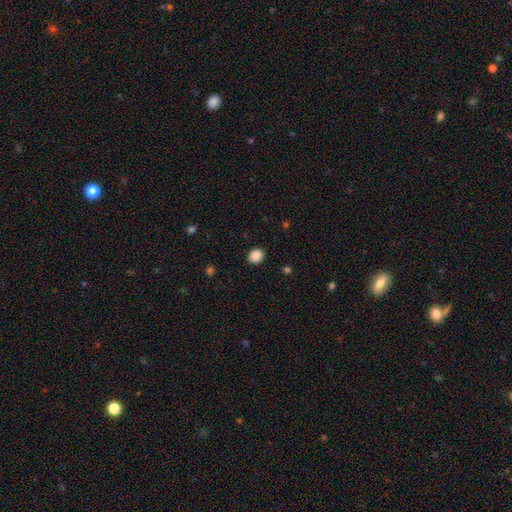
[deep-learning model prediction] Morphology: type=smooth (88%); roundness=round (63%); merging=none (89%).